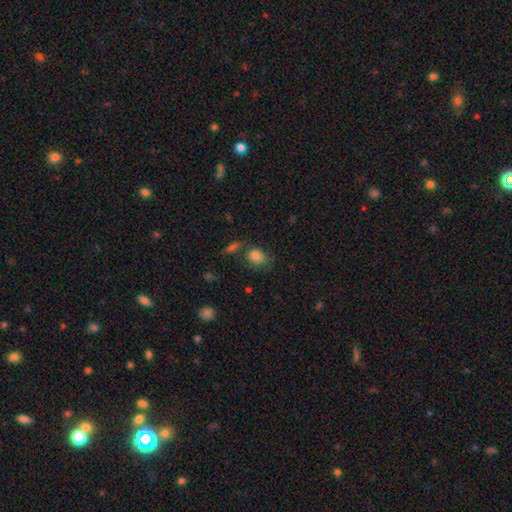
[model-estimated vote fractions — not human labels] Morphology: type=smooth (84%); roundness=in between (52%); merging=none (62%).